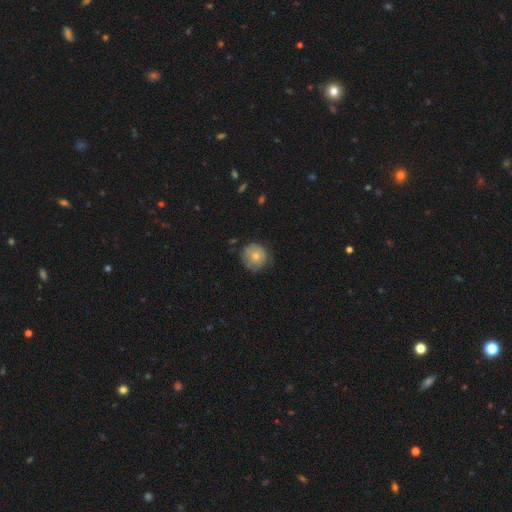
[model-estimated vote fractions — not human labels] This is likely a smooth galaxy (67%). How rounded: clearly round (91%). Merging: likely none (71%).